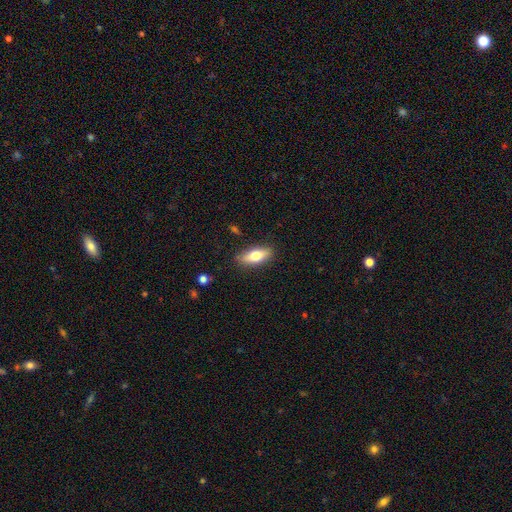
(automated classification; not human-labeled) Overall: smooth (71%). How rounded: in between (71%). Merging: none (86%).